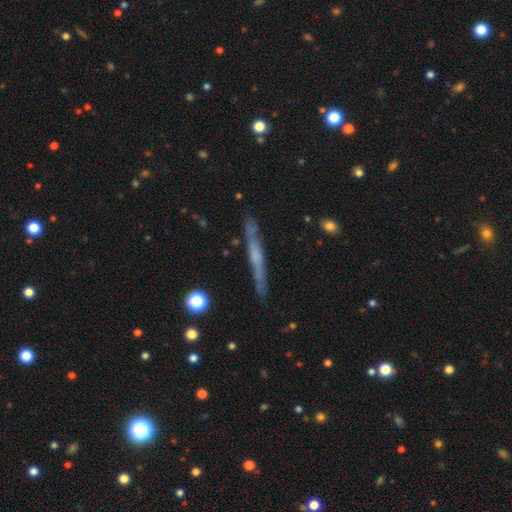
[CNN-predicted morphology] smooth_or_featured: featured or disk (p=0.61) [alt: smooth p=0.32]
disk_edge_on: yes (p=0.94) [alt: no p=0.06]
edge_on_bulge: none (p=0.56) [alt: rounded p=0.33]
merging: none (p=0.85) [alt: minor disturbance p=0.11]